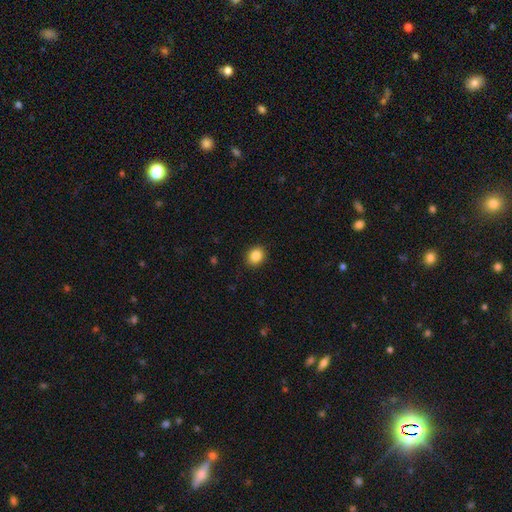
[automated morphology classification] Q: Smooth or featured?
A: smooth (86%); runner-up: star or artifact (10%)
Q: How rounded?
A: round (66%); runner-up: in between (33%)
Q: Merging?
A: none (91%); runner-up: minor disturbance (6%)